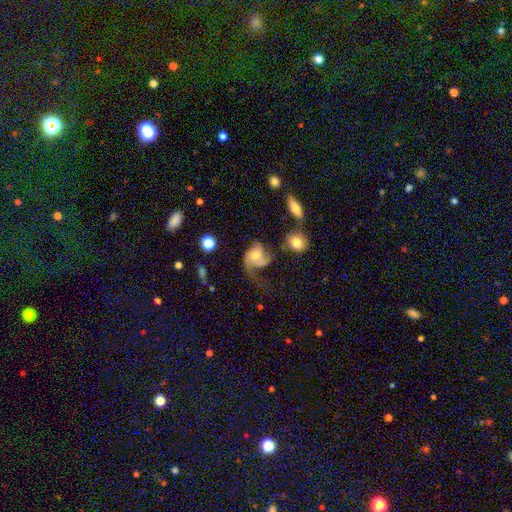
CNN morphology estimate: Q: Smooth or featured?
A: featured or disk (67%); runner-up: smooth (25%)
Q: Edge-on disk?
A: no (97%); runner-up: yes (3%)
Q: Bar?
A: no (72%); runner-up: weak (23%)
Q: Spiral arms?
A: yes (88%); runner-up: no (12%)
Q: Spiral winding?
A: loose (49%); runner-up: medium (36%)
Q: Spiral arm count?
A: 2 (41%); runner-up: 1 (26%)
Q: Bulge size?
A: moderate (62%); runner-up: small (27%)
Q: Merging?
A: major disturbance (40%); runner-up: none (30%)